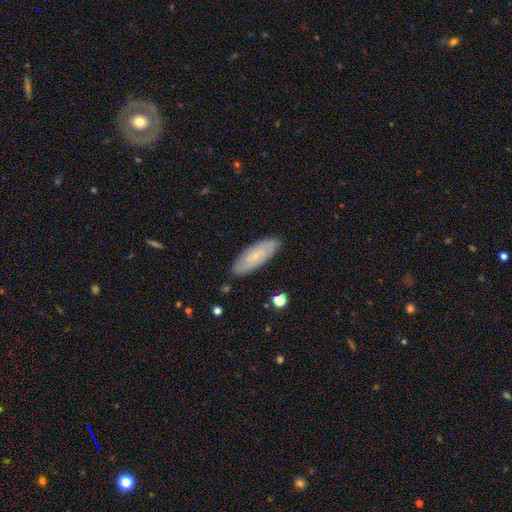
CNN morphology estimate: The model was most divided on "how rounded": in between: 61%, cigar-shaped: 37%, round: 2%. More confident: merging — none (86%); smooth or featured — smooth (59%).